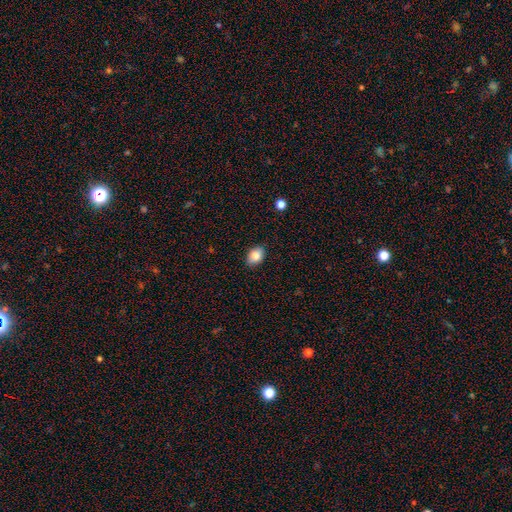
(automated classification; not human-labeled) smooth-or-featured: smooth: 85% | star or artifact: 8% | featured or disk: 7%
  how-rounded: in between: 80% | round: 19% | cigar-shaped: 1%
  merging: none: 87% | minor disturbance: 10% | major disturbance: 2% | merger: 1%